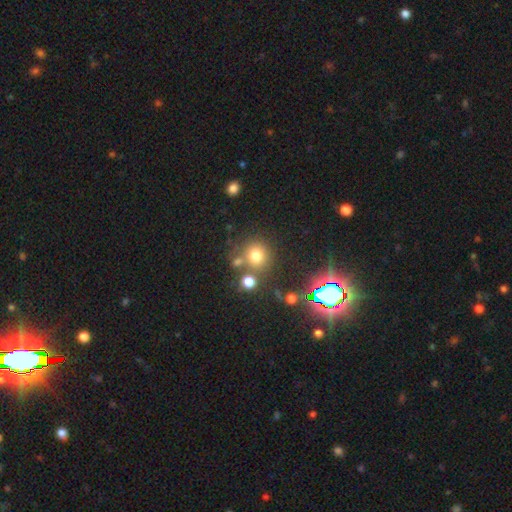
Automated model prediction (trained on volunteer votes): A smooth galaxy with no disk features (71%) that is round (87%). Merging: none (67%).